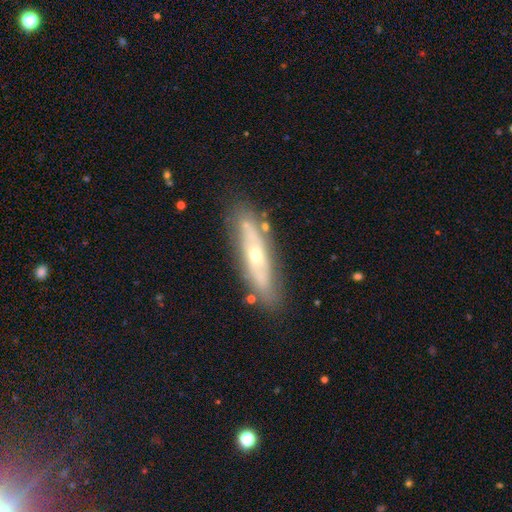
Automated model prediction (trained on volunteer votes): Overall: featured or disk (66%; smooth 27%). Edge-on disk: no (59%; yes 41%). Merging: none (78%).